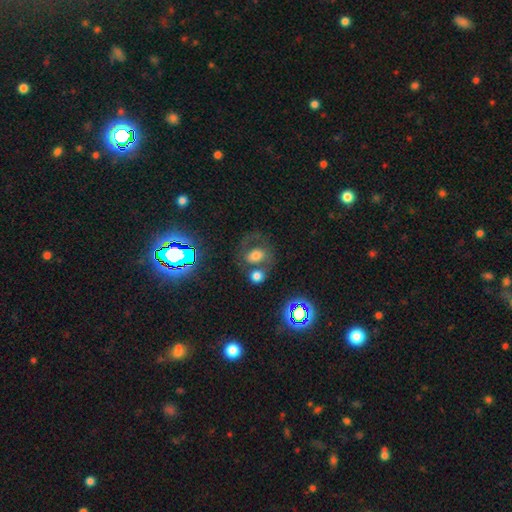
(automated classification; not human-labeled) A smooth galaxy with no disk features (49%). Merging: none (47%).